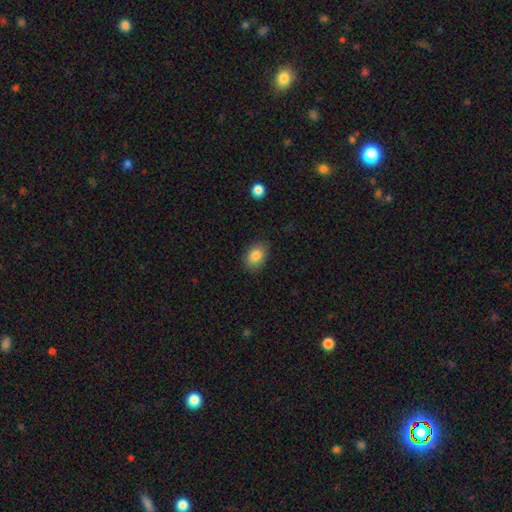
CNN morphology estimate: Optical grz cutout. It shows a smooth galaxy with no disk features (85%) that is in between round and cigar-shaped (80%). Merging: none (86%).